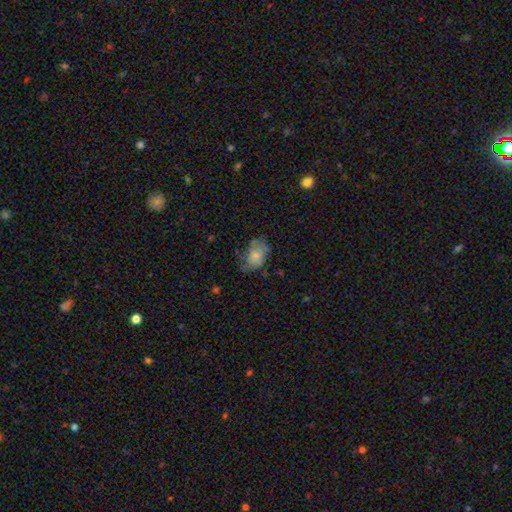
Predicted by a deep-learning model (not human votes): Overall: smooth (65%; featured or disk 27%). How rounded: in between (81%). Merging: none (51%; minor disturbance 31%).